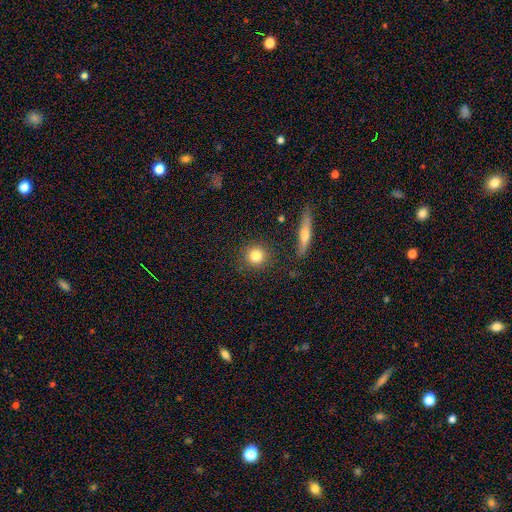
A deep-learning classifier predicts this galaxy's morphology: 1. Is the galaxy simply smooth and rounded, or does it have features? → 81% smooth, 10% star or artifact, 10% featured or disk.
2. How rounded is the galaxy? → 91% round, 7% in between, 2% cigar-shaped.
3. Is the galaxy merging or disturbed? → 87% none, 7% minor disturbance, 3% merger, 3% major disturbance.